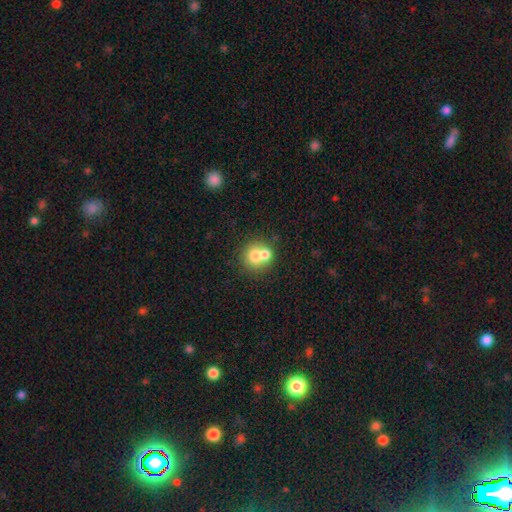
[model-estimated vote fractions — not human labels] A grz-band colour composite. It shows a smooth galaxy with no disk features (69%) that is round (84%). Merging: merger (55%).